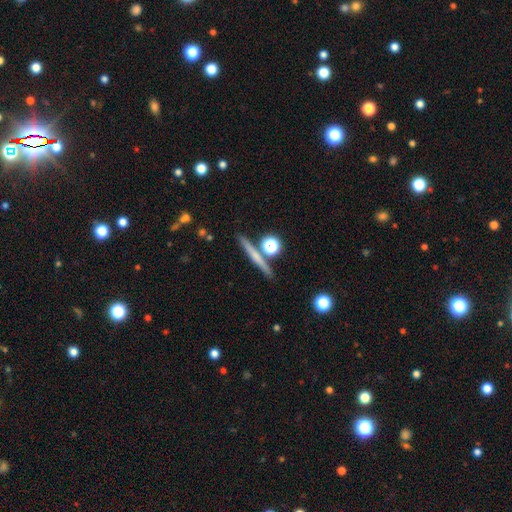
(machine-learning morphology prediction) smooth 47%, featured or disk 42%, star or artifact 11%. Down the decision tree: merging — none (81%).